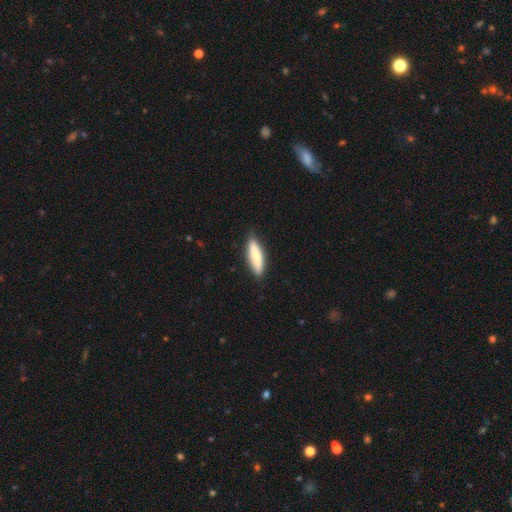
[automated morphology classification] Smooth or featured? smooth (78%)
How rounded? cigar-shaped (67%)
Merging? none (86%)